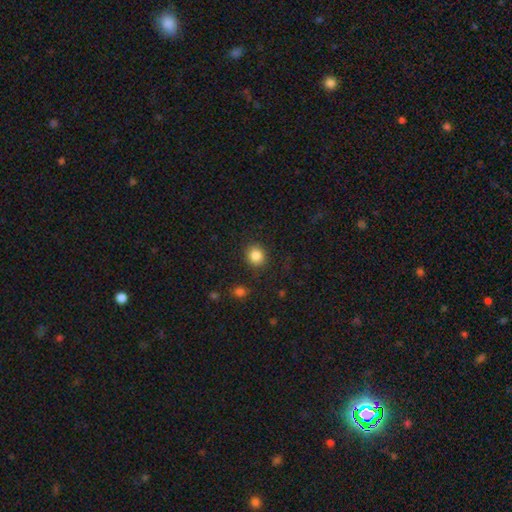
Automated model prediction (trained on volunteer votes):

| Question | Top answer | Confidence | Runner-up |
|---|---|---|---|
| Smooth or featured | smooth | 86% | star or artifact (10%) |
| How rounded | round | 84% | in between (15%) |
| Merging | none | 88% | minor disturbance (8%) |